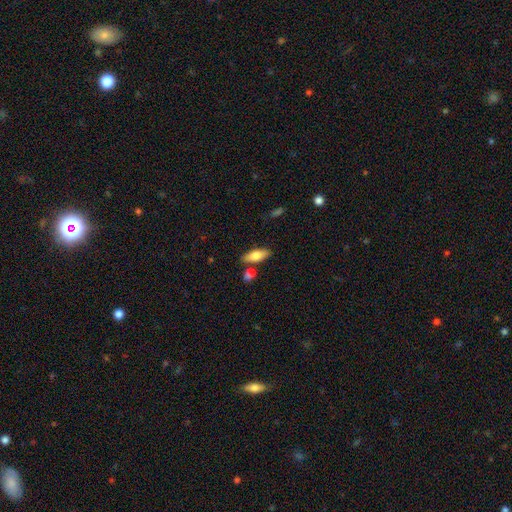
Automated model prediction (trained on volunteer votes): Smooth or featured? smooth (74%)
How rounded? in between (71%)
Merging? none (76%)